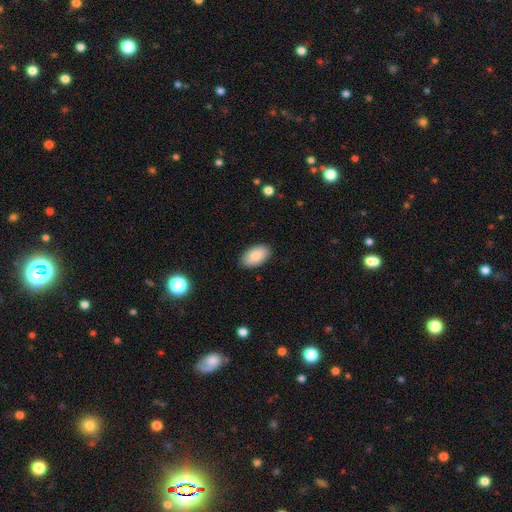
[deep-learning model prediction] A smooth galaxy with no disk features (86%) that is in between round and cigar-shaped (95%). Merging: none (88%).